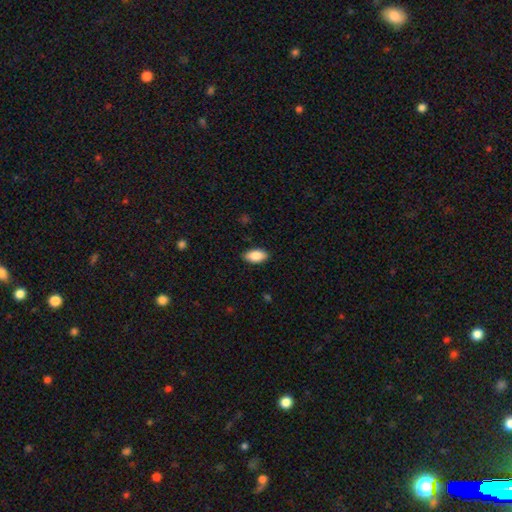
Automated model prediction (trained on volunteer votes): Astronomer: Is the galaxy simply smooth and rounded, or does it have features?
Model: smooth — 87%.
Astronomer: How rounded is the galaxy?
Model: in between — 93%.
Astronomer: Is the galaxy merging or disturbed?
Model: none — 88%.